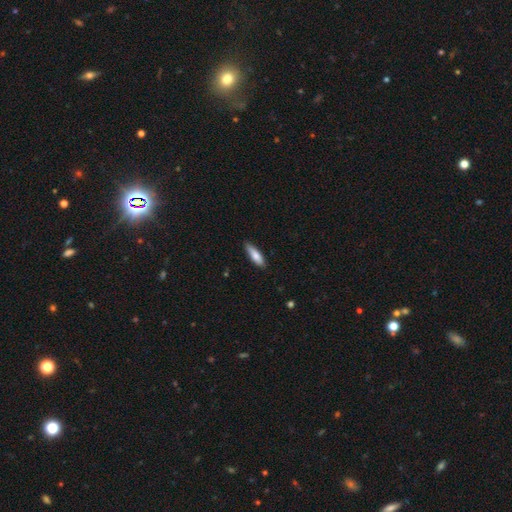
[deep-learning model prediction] Q: Smooth or featured?
A: smooth (79%); runner-up: featured or disk (15%)
Q: How rounded?
A: cigar-shaped (58%); runner-up: in between (40%)
Q: Merging?
A: none (81%); runner-up: minor disturbance (16%)